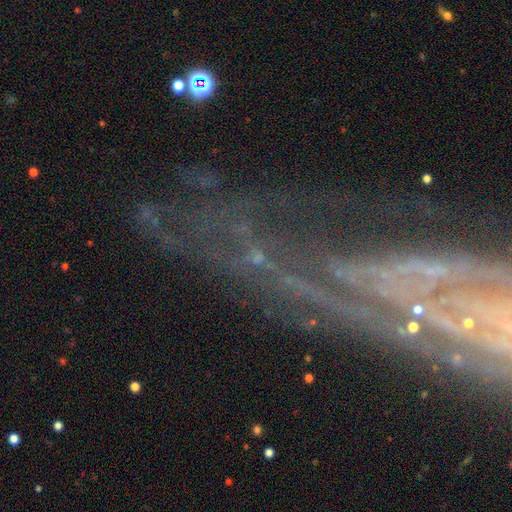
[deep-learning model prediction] The model was most divided on "smooth or featured": star or artifact: 45%, featured or disk: 43%, smooth: 12%.